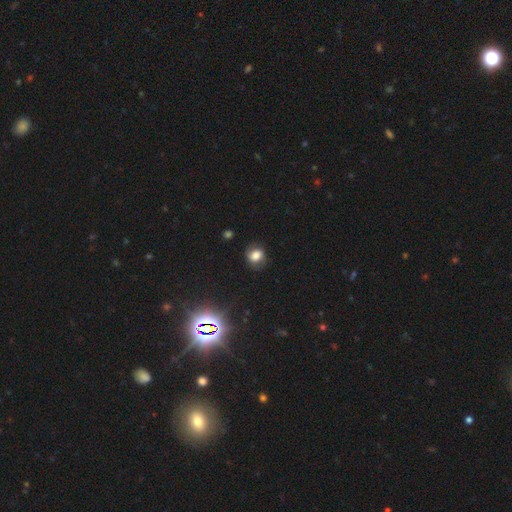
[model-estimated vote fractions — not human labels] Q: Smooth or featured?
A: smooth (70%); runner-up: featured or disk (16%)
Q: How rounded?
A: round (58%); runner-up: in between (41%)
Q: Merging?
A: none (77%); runner-up: minor disturbance (16%)